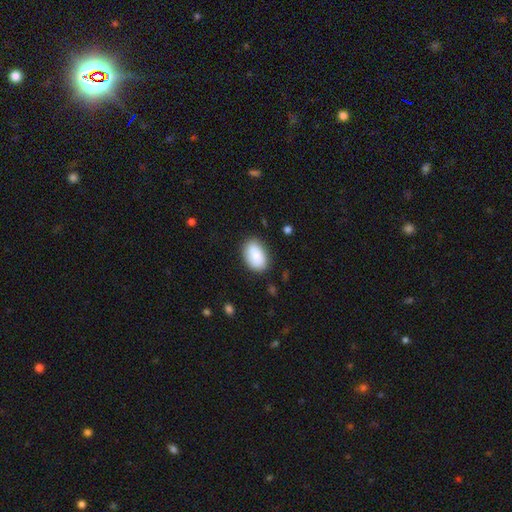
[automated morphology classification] Smooth or featured? smooth (87%)
How rounded? in between (91%)
Merging? none (83%)